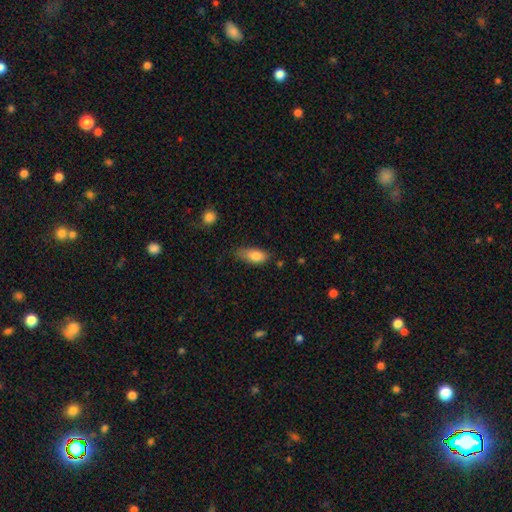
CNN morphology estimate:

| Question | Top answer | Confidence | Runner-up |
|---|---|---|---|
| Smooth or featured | smooth | 81% | featured or disk (11%) |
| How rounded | in between | 82% | cigar-shaped (14%) |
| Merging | none | 51% | minor disturbance (36%) |